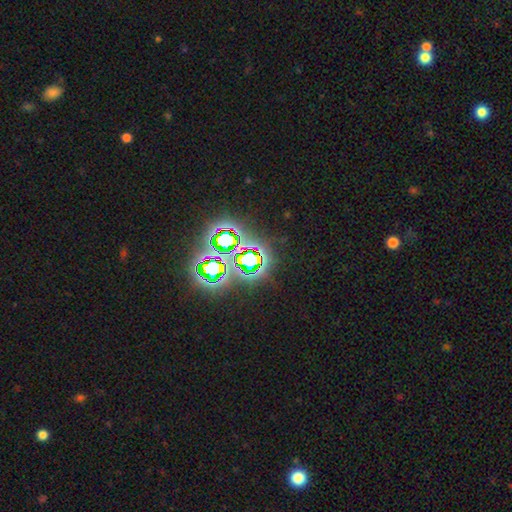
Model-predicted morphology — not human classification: type=star or artifact (78%).